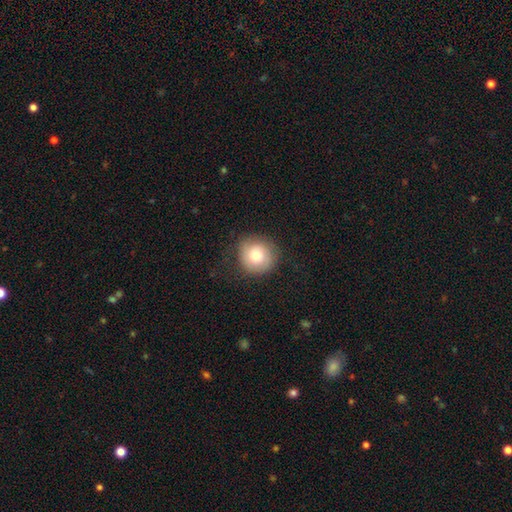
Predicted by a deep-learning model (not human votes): smooth 76%, featured or disk 16%, star or artifact 8%. Down the decision tree: how rounded — round (92%); merging — none (78%).